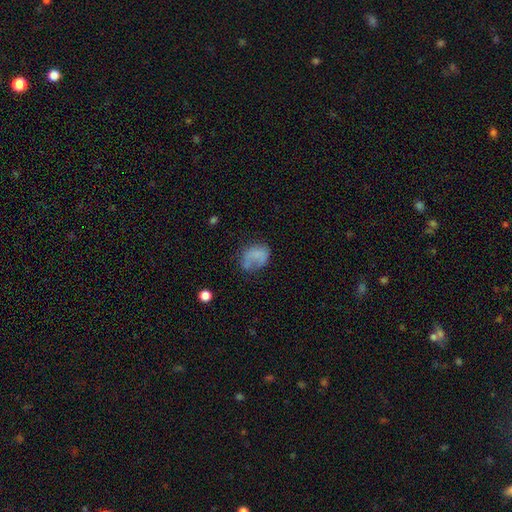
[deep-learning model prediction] smooth_or_featured: smooth (p=0.65) [alt: featured or disk p=0.23]
how_rounded: in between (p=0.62) [alt: round p=0.37]
merging: none (p=0.39) [alt: minor disturbance p=0.28]